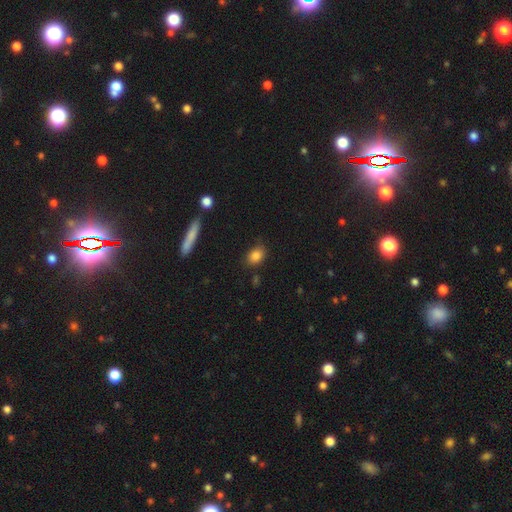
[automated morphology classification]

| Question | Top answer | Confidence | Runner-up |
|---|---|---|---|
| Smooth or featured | smooth | 84% | star or artifact (10%) |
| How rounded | in between | 65% | round (32%) |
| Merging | none | 76% | minor disturbance (18%) |